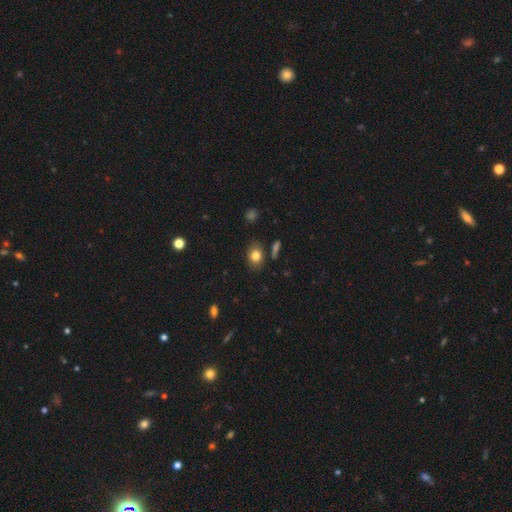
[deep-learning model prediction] smooth-or-featured: smooth: 81% | star or artifact: 10% | featured or disk: 9%
  how-rounded: in between: 60% | round: 39% | cigar-shaped: 1%
  merging: none: 78% | minor disturbance: 14% | merger: 4% | major disturbance: 3%